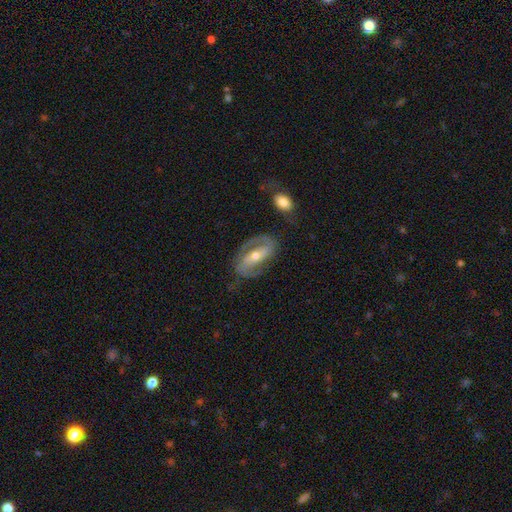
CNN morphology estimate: Q: Smooth or featured?
A: featured or disk (85%); runner-up: smooth (10%)
Q: Edge-on disk?
A: no (94%); runner-up: yes (6%)
Q: Bar?
A: strong (57%); runner-up: weak (26%)
Q: Spiral arms?
A: yes (92%); runner-up: no (8%)
Q: Spiral winding?
A: medium (49%); runner-up: tight (31%)
Q: Spiral arm count?
A: 2 (88%); runner-up: can't tell (5%)
Q: Bulge size?
A: moderate (52%); runner-up: small (44%)
Q: Merging?
A: none (73%); runner-up: minor disturbance (15%)